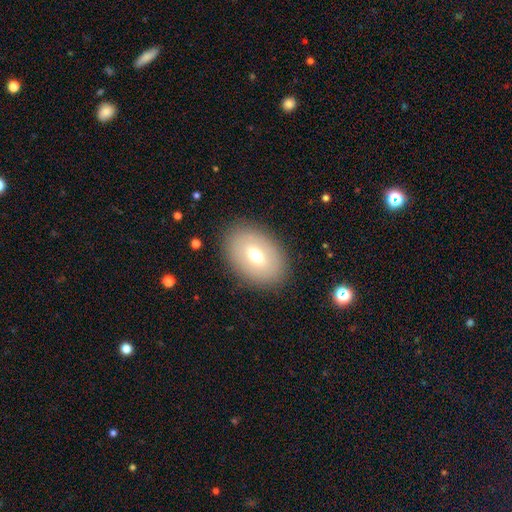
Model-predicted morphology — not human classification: Smooth or featured?
  - smooth: 64% *
  - featured or disk: 27%
  - star or artifact: 9%
How rounded?
  - in between: 84% *
  - round: 15%
  - cigar-shaped: 1%
Merging?
  - none: 86% *
  - minor disturbance: 9%
  - major disturbance: 4%
  - merger: 1%